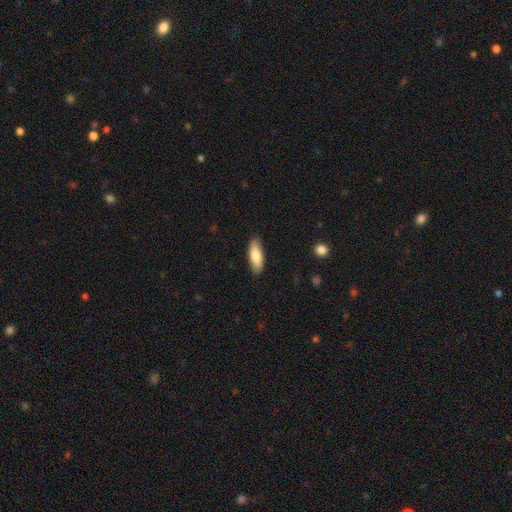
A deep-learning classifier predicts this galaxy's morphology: A smooth galaxy with no disk features (80%) that is in between round and cigar-shaped (62%).

Vote fractions:
- Smooth or featured? smooth: 80% / featured or disk: 14% / star or artifact: 6%
- How rounded? in between: 62% / cigar-shaped: 36% / round: 2%
- Merging? none: 87% / minor disturbance: 10% / major disturbance: 2% / merger: 1%